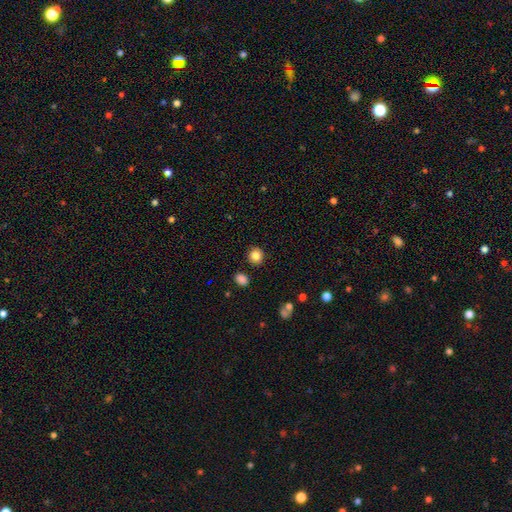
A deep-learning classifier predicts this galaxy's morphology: smooth-or-featured: smooth: 84% | star or artifact: 11% | featured or disk: 5%
  how-rounded: round: 87% | in between: 12% | cigar-shaped: 1%
  merging: none: 88% | minor disturbance: 7% | merger: 3% | major disturbance: 2%